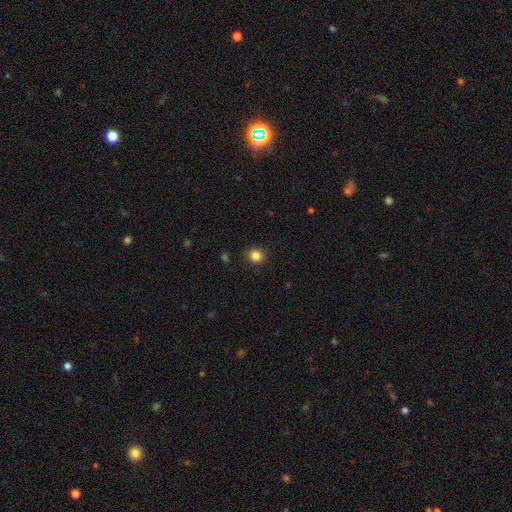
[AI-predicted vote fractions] smooth-or-featured: smooth: 84% | star or artifact: 11% | featured or disk: 4%
  how-rounded: round: 82% | in between: 17% | cigar-shaped: 1%
  merging: none: 90% | minor disturbance: 7% | major disturbance: 2% | merger: 1%